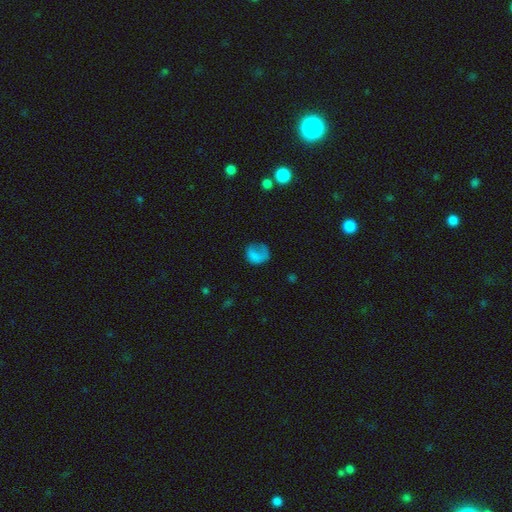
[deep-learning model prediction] Smooth or featured? Predicted: smooth (p=0.69). How rounded? Predicted: round (p=0.66). Merging? Predicted: none (p=0.38).